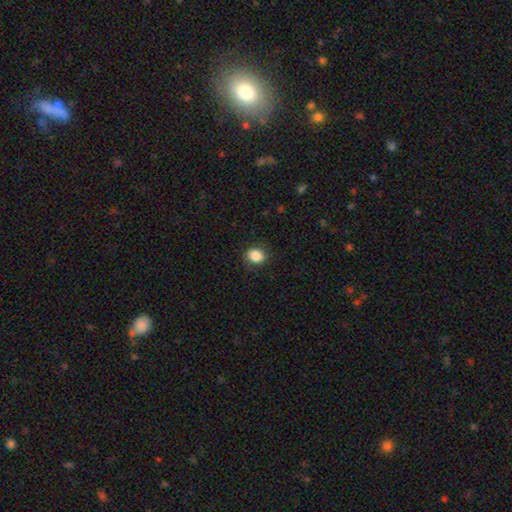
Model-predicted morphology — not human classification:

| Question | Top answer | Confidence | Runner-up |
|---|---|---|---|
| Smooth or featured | smooth | 87% | star or artifact (9%) |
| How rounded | round | 63% | in between (36%) |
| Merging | none | 86% | minor disturbance (10%) |